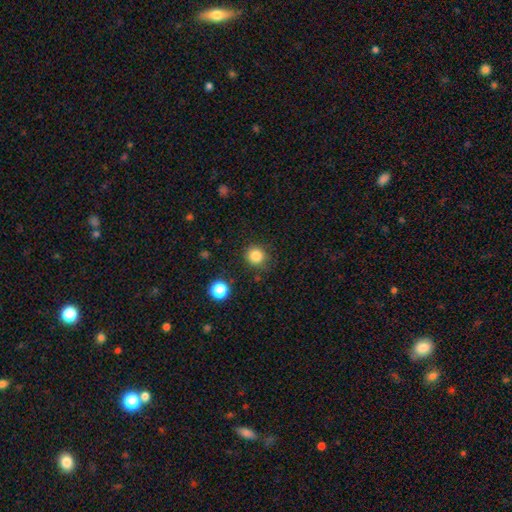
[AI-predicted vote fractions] This is clearly a smooth galaxy (84%). How rounded: clearly round (90%). Merging: clearly none (83%).